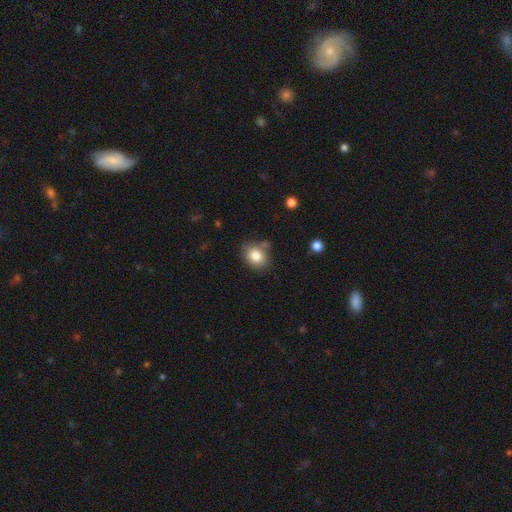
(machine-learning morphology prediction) smooth 83%, star or artifact 9%, featured or disk 7%. Down the decision tree: how rounded — in between (53%); merging — none (73%).